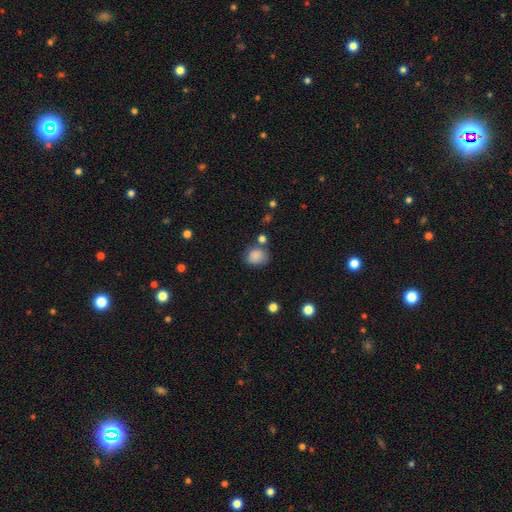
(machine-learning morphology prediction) smooth-or-featured: smooth: 85% | star or artifact: 10% | featured or disk: 6%
  how-rounded: round: 61% | in between: 38% | cigar-shaped: 1%
  merging: none: 61% | minor disturbance: 23% | merger: 9% | major disturbance: 7%